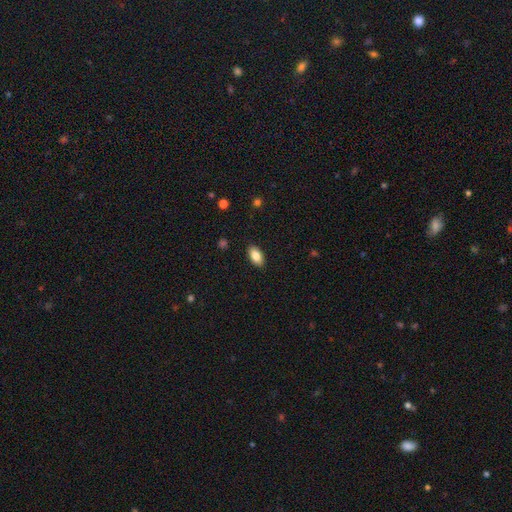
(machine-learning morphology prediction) smooth-or-featured: smooth: 85% | featured or disk: 8% | star or artifact: 7%
  how-rounded: in between: 92% | cigar-shaped: 4% | round: 4%
  merging: none: 89% | minor disturbance: 8% | major disturbance: 2% | merger: 1%